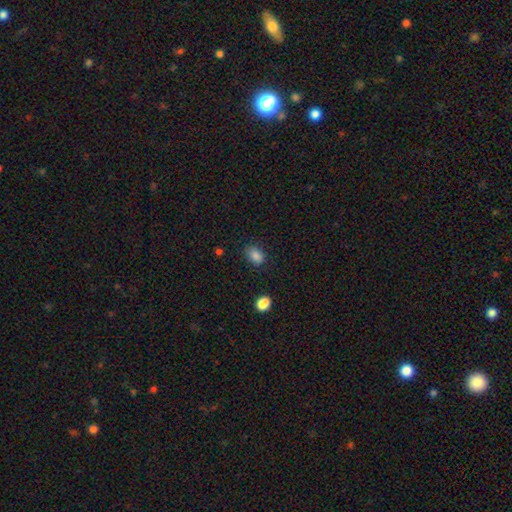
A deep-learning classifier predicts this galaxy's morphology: A smooth galaxy with no disk features (86%) that is in between round and cigar-shaped (81%).

Vote fractions:
- Smooth or featured? smooth: 86% / star or artifact: 10% / featured or disk: 4%
- How rounded? in between: 81% / round: 18% / cigar-shaped: 1%
- Merging? none: 78% / minor disturbance: 16% / major disturbance: 4% / merger: 2%